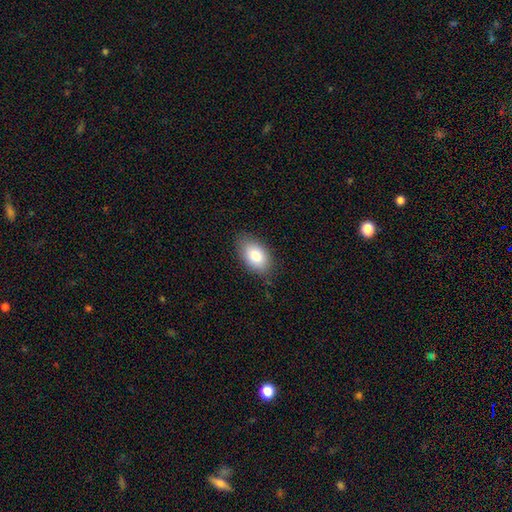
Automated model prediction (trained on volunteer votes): smooth-or-featured: smooth: 81% | featured or disk: 11% | star or artifact: 7%
  how-rounded: in between: 91% | round: 7% | cigar-shaped: 1%
  merging: none: 81% | minor disturbance: 15% | major disturbance: 3% | merger: 1%